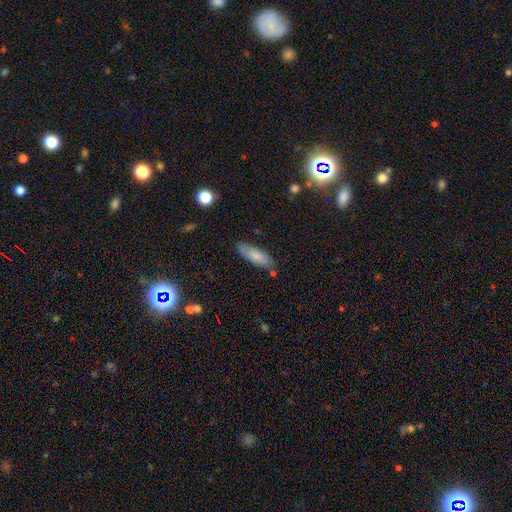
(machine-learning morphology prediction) The model was most divided on "how rounded": in between: 54%, cigar-shaped: 44%, round: 2%. More confident: smooth or featured — smooth (81%); merging — none (79%).